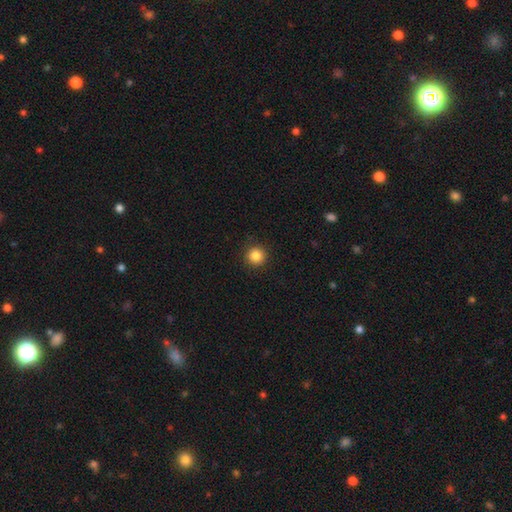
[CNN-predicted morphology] Smooth or featured?
  - smooth: 85% *
  - star or artifact: 11%
  - featured or disk: 4%
How rounded?
  - round: 95% *
  - in between: 4%
  - cigar-shaped: 1%
Merging?
  - none: 92% *
  - minor disturbance: 5%
  - major disturbance: 2%
  - merger: 1%